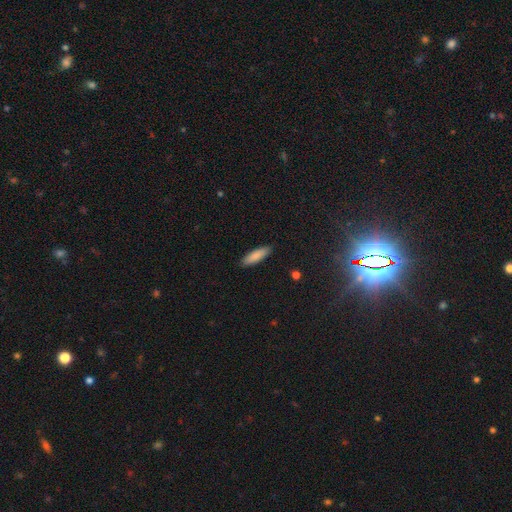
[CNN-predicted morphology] smooth 85%, featured or disk 8%, star or artifact 6%. Down the decision tree: how rounded — cigar-shaped (61%); merging — none (89%).